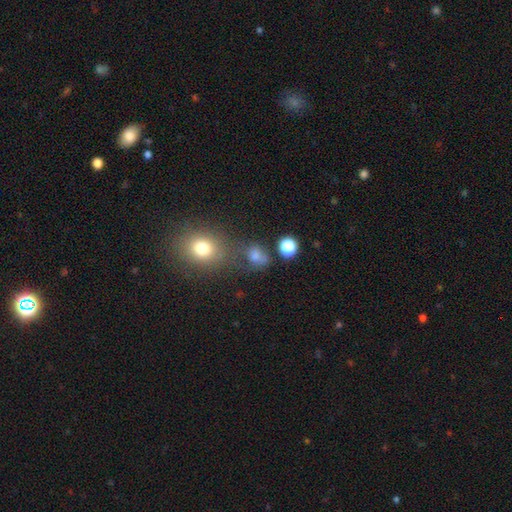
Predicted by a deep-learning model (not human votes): Morphology: type=smooth (65%); roundness=round (57%); merging=none (52%).